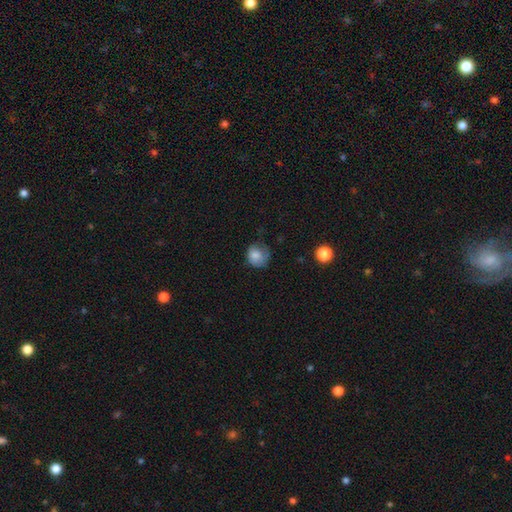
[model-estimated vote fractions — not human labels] smooth_or_featured: smooth (p=0.77) [alt: featured or disk p=0.15]
how_rounded: round (p=0.71) [alt: in between p=0.28]
merging: none (p=0.47) [alt: minor disturbance p=0.33]